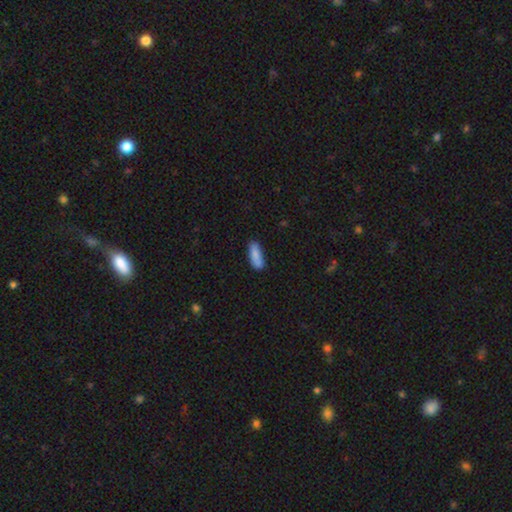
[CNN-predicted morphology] A smooth galaxy with no disk features (82%) that is in between round and cigar-shaped (63%).

Vote fractions:
- Smooth or featured? smooth: 82% / featured or disk: 11% / star or artifact: 7%
- How rounded? in between: 63% / cigar-shaped: 35% / round: 2%
- Merging? none: 72% / minor disturbance: 18% / merger: 7% / major disturbance: 3%